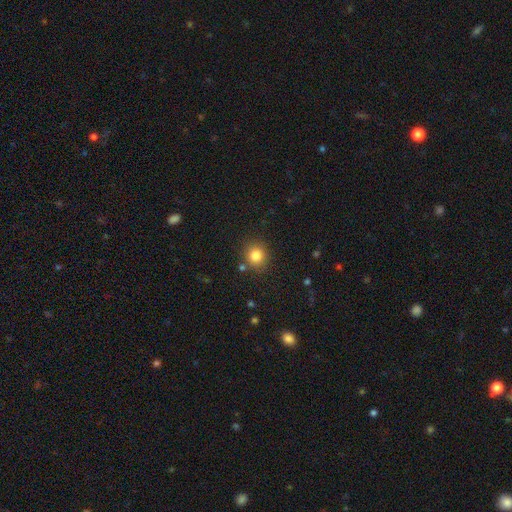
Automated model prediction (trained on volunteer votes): A smooth galaxy with no disk features (83%) that is round (86%). Merging: none (83%).